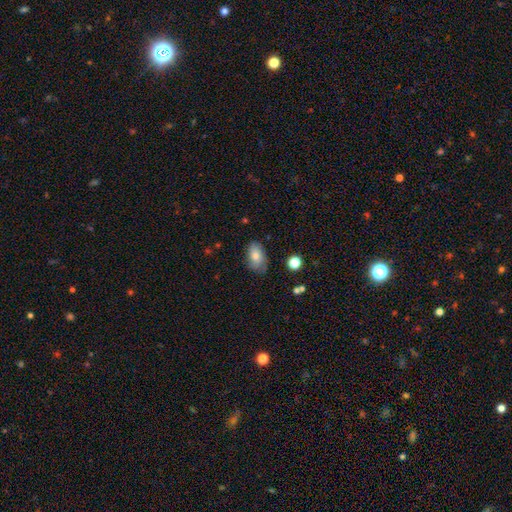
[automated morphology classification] Smooth or featured? smooth (74%)
How rounded? in between (90%)
Merging? none (70%)